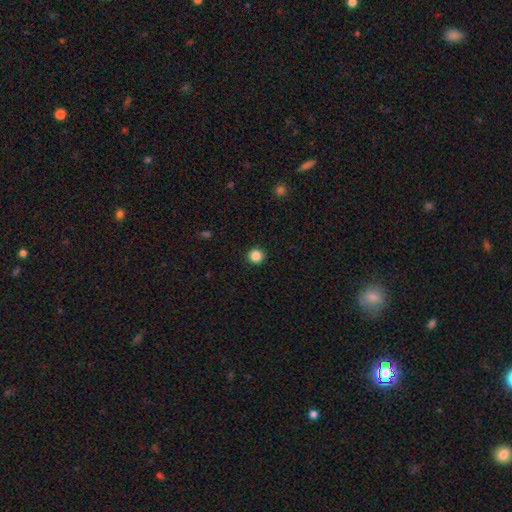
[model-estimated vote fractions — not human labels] smooth_or_featured: smooth (p=0.86) [alt: star or artifact p=0.11]
how_rounded: round (p=0.95) [alt: in between p=0.04]
merging: none (p=0.93) [alt: minor disturbance p=0.04]